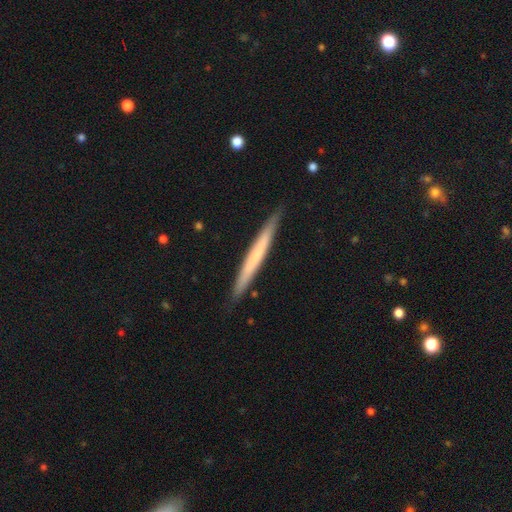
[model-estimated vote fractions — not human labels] Morphology: type=smooth (51%); roundness=cigar-shaped (97%); merging=none (89%).